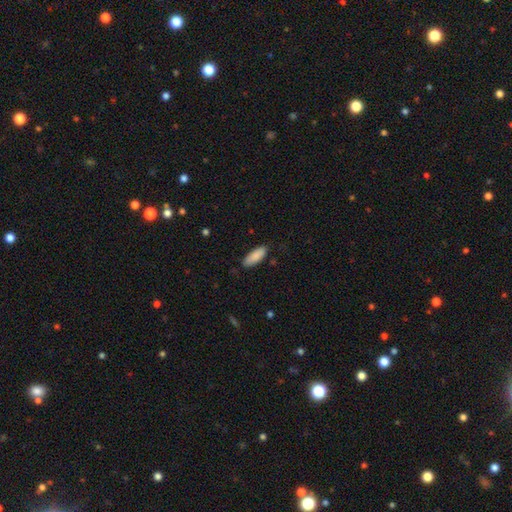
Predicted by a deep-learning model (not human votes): This is clearly a smooth galaxy (89%). How rounded: likely in between (72%). Merging: clearly none (83%).